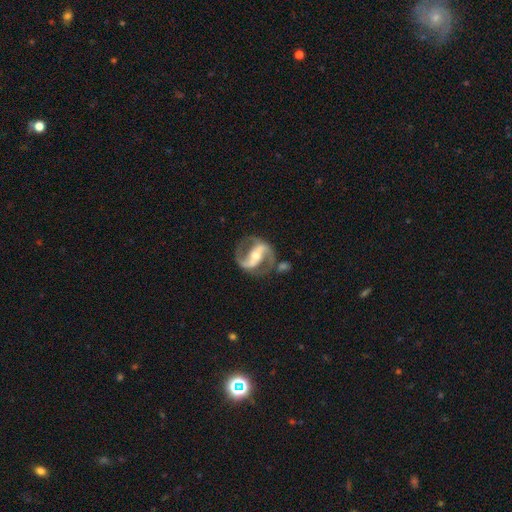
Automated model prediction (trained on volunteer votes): This is clearly a featured or disk galaxy (91%). It is clearly not viewed edge-on (97%). Bar: likely strong (65%). Spiral arm pattern: clearly yes (96%). Spiral arm count: clearly 2 (93%). Spiral winding: possibly medium (54%). Central bulge: possibly moderate (58%). Merging: likely none (73%).